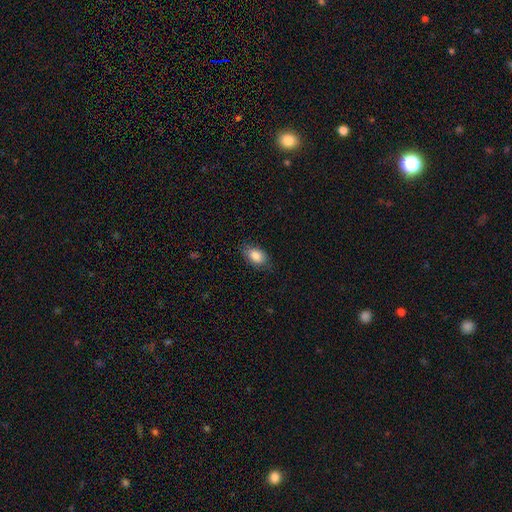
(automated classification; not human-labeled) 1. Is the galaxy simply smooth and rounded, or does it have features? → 86% smooth, 7% star or artifact, 7% featured or disk.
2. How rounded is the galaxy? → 89% in between, 9% round, 2% cigar-shaped.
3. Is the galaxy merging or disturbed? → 79% none, 17% minor disturbance, 4% major disturbance, 1% merger.